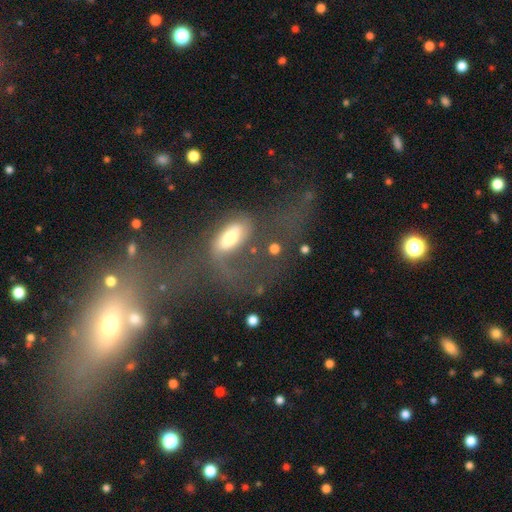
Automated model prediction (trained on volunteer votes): This appears to be a featured or disk galaxy (46%). Merging: merger (42%).